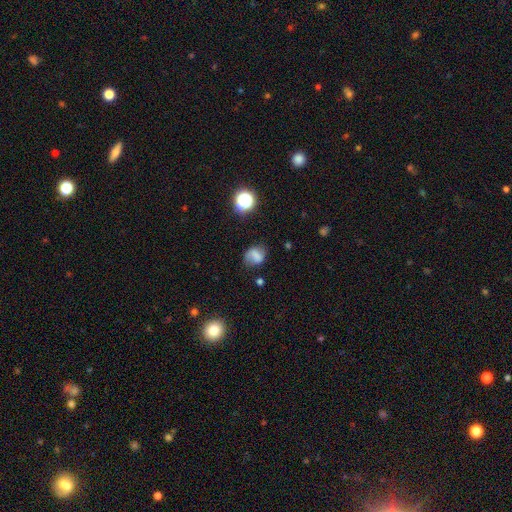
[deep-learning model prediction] A smooth galaxy with no disk features (60%) that is round (56%). Merging: none (55%).